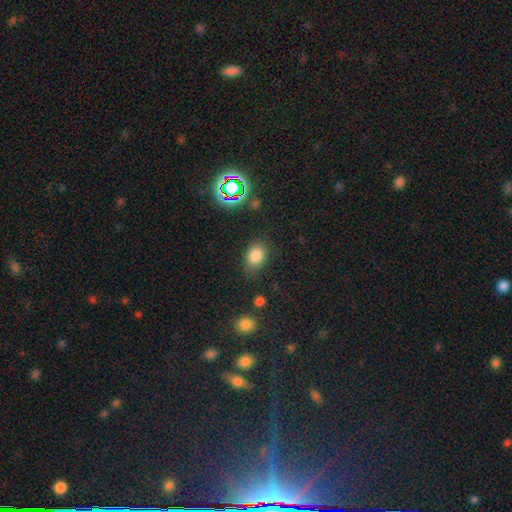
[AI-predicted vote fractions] Overall: smooth (80%). How rounded: in between (74%). Merging: none (74%).